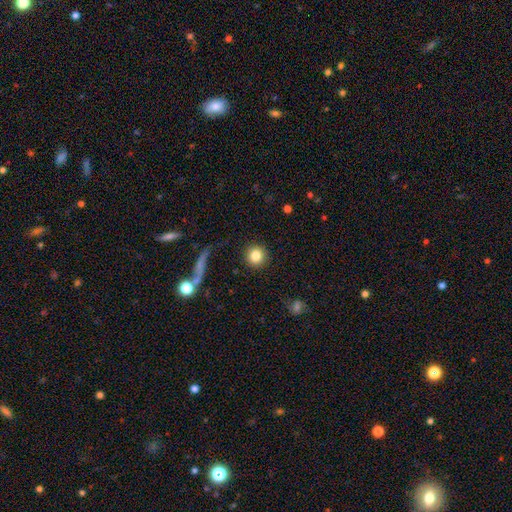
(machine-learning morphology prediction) Smooth or featured? smooth (84%)
How rounded? round (94%)
Merging? none (89%)